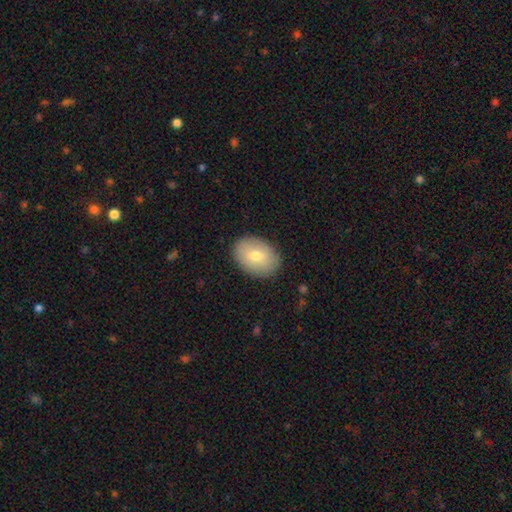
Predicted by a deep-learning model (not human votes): A smooth galaxy with no disk features (74%) that is in between round and cigar-shaped (74%). Merging: none (88%).